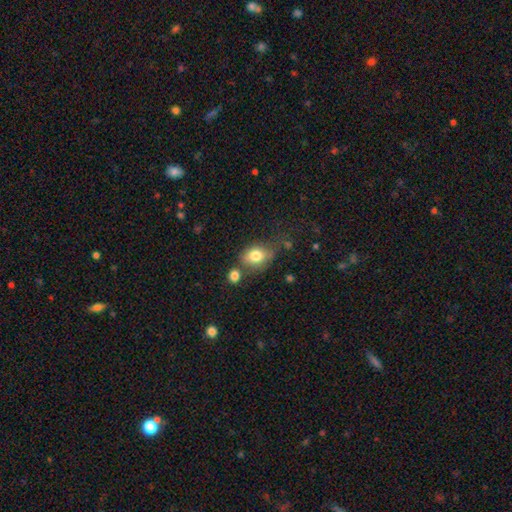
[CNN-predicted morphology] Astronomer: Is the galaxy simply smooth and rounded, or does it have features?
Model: smooth — 80%.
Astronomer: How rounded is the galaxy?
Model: in between — 66%.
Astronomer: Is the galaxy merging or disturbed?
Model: none — 53%.